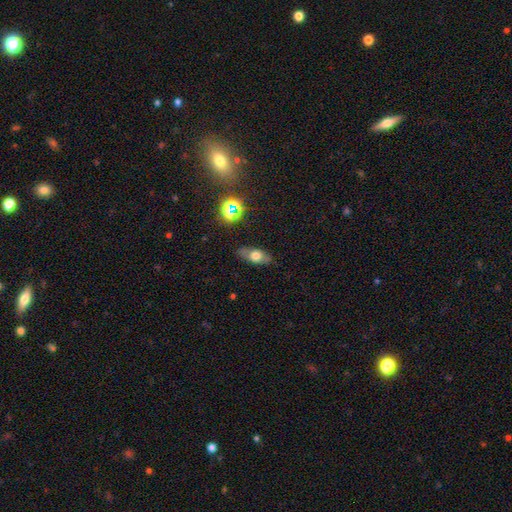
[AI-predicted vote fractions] Smooth or featured? smooth (61%)
How rounded? in between (81%)
Merging? none (83%)